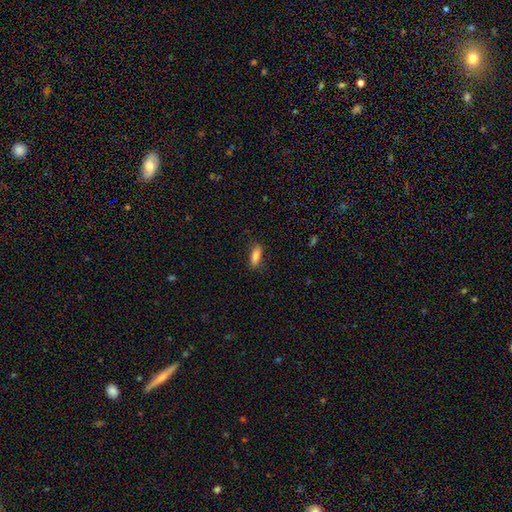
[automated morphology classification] smooth 82%, featured or disk 11%, star or artifact 7%. Down the decision tree: how rounded — in between (63%); merging — none (80%).